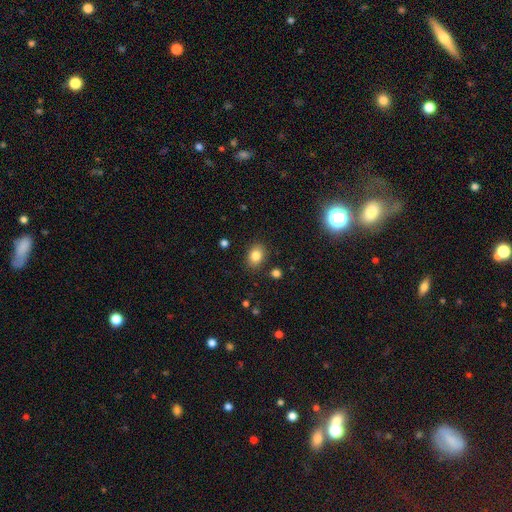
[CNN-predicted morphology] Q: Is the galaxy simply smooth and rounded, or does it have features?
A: smooth — 83%.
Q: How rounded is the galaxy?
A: in between — 65%.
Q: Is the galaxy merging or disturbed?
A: none — 85%.